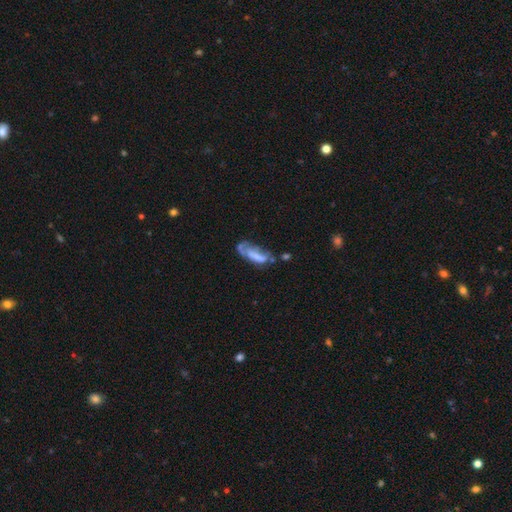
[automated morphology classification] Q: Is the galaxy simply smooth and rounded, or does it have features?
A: smooth — 45%, tied with featured or disk.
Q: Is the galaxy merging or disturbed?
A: major disturbance — 33%.